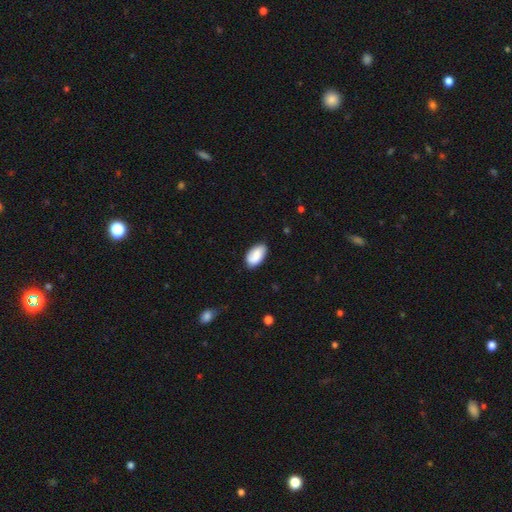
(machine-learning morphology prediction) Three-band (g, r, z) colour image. It shows a smooth galaxy with no disk features (82%) that is in between round and cigar-shaped (95%). Merging: none (79%).